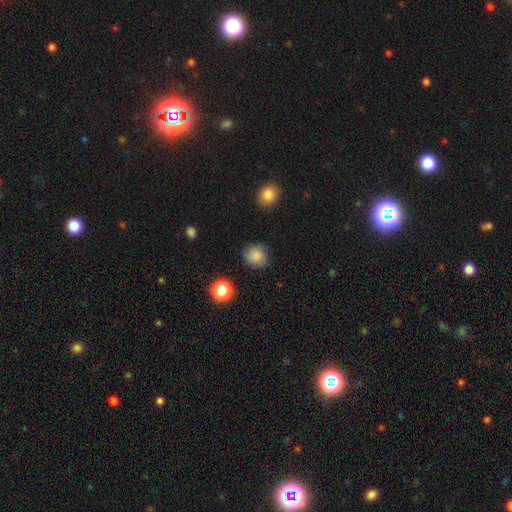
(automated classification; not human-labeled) A smooth galaxy with no disk features (83%) that is round (72%).

Vote fractions:
- Smooth or featured? smooth: 83% / star or artifact: 10% / featured or disk: 7%
- How rounded? round: 72% / in between: 27% / cigar-shaped: 1%
- Merging? none: 78% / minor disturbance: 16% / major disturbance: 4% / merger: 2%